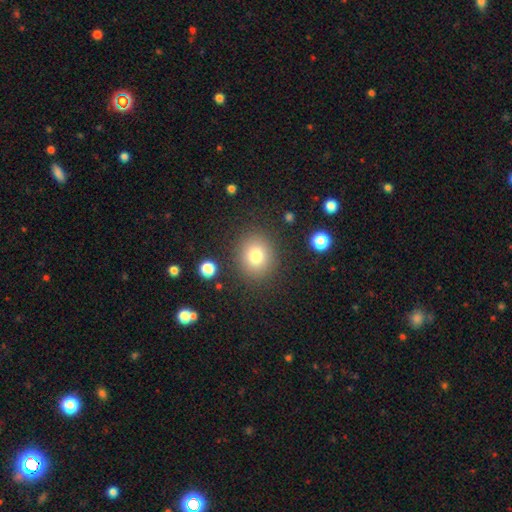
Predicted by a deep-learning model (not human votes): A smooth galaxy with no disk features (79%) that is round (76%).

Vote fractions:
- Smooth or featured? smooth: 79% / star or artifact: 12% / featured or disk: 9%
- How rounded? round: 76% / in between: 24% / cigar-shaped: 1%
- Merging? none: 86% / minor disturbance: 8% / major disturbance: 4% / merger: 2%